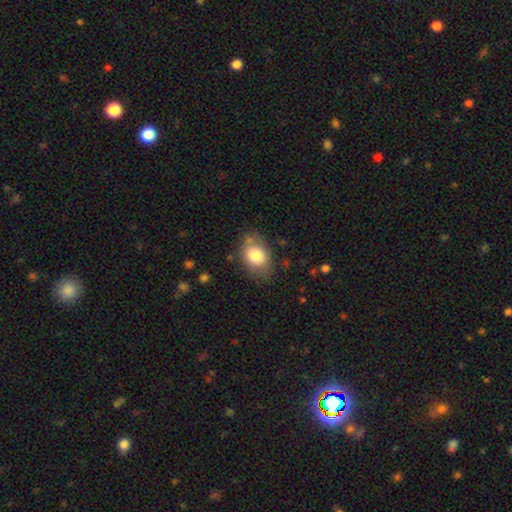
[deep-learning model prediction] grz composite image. It shows a smooth galaxy with no disk features (79%) that is in between round and cigar-shaped (73%). Merging: none (72%).